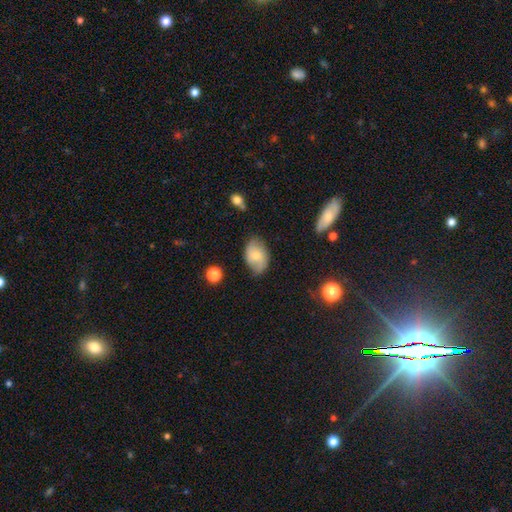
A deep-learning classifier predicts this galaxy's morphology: A smooth galaxy with no disk features (57%) that is in between round and cigar-shaped (85%). Merging: none (71%).